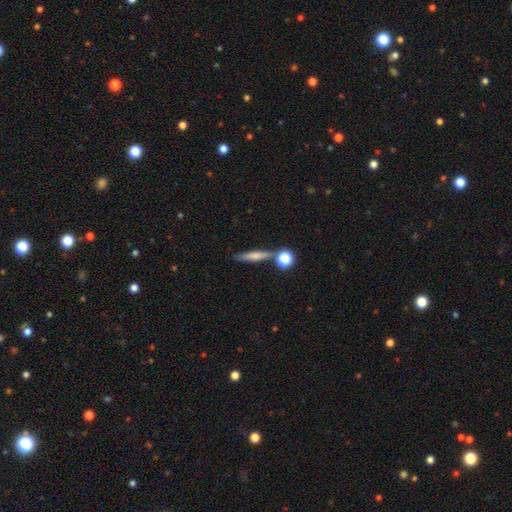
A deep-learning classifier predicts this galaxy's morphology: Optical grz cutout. It shows a smooth galaxy with no disk features (58%) that is cigar-shaped (78%). Merging: none (74%).